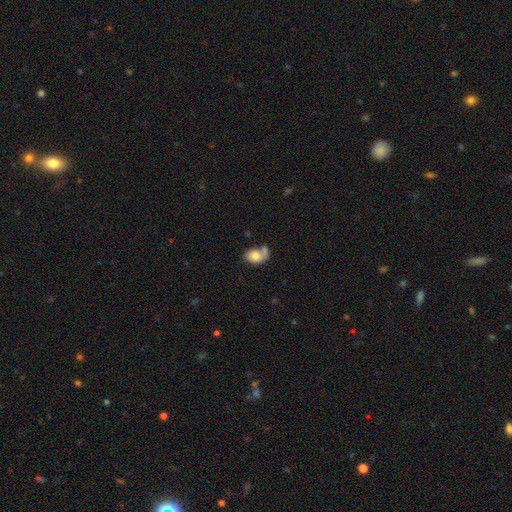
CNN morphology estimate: type=smooth (74%); roundness=in between (77%); merging=none (34%).